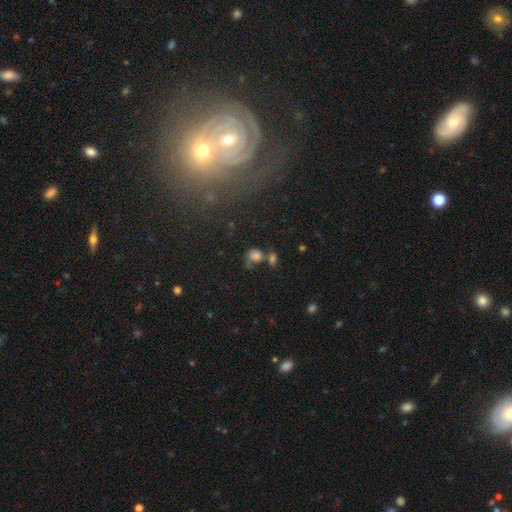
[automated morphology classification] Smooth or featured? Predicted: smooth (p=0.65). How rounded? Predicted: round (p=0.62). Merging? Predicted: none (p=0.36).